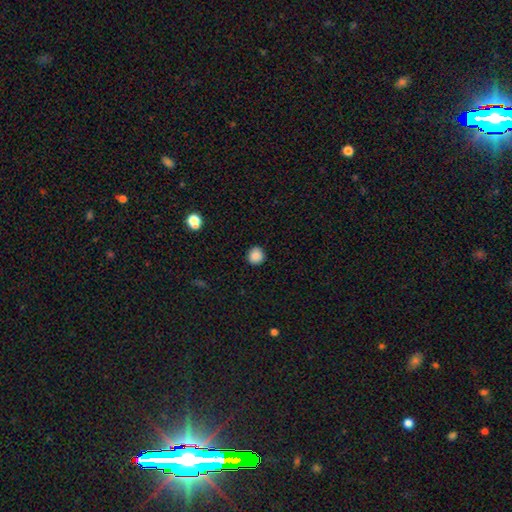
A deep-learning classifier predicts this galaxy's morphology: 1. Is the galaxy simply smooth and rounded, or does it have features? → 87% smooth, 10% star or artifact, 3% featured or disk.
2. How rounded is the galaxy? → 91% round, 8% in between, 1% cigar-shaped.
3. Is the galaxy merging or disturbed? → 91% none, 6% minor disturbance, 2% major disturbance, 1% merger.